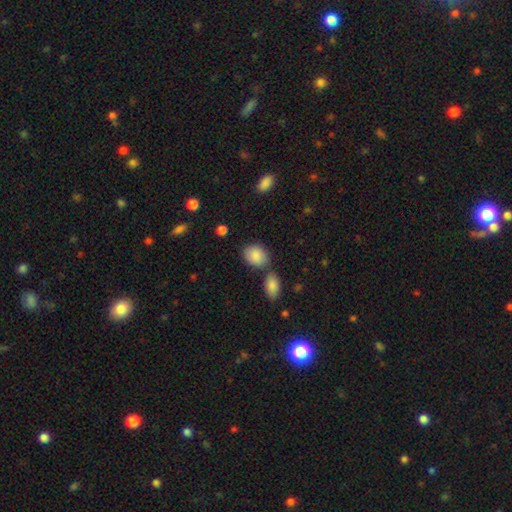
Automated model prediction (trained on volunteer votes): A smooth galaxy with no disk features (87%) that is in between round and cigar-shaped (65%). Merging: none (66%).